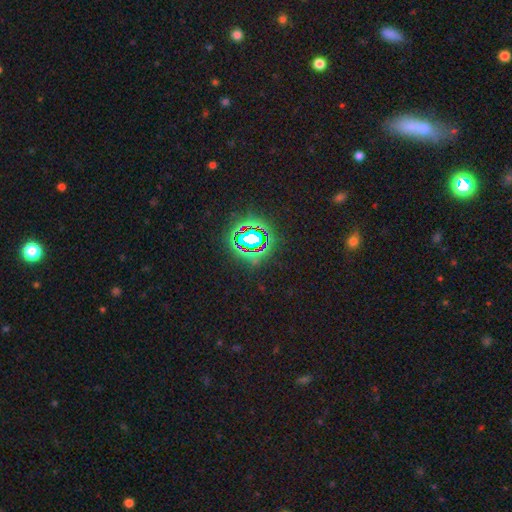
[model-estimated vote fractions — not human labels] A star or artifact, not a galaxy (80%).